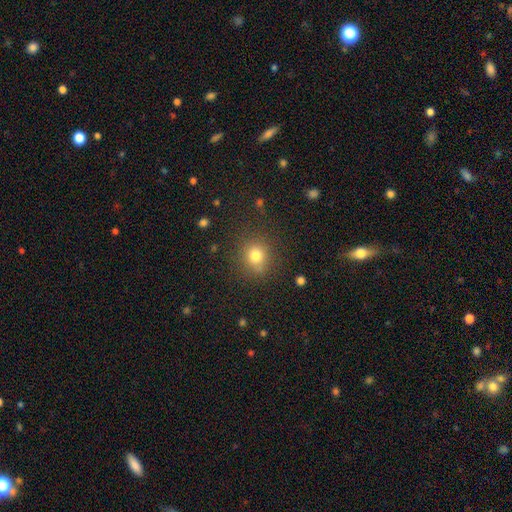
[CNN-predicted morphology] The model was most divided on "smooth or featured": smooth: 78%, star or artifact: 15%, featured or disk: 8%. More confident: how rounded — round (85%); merging — none (84%).